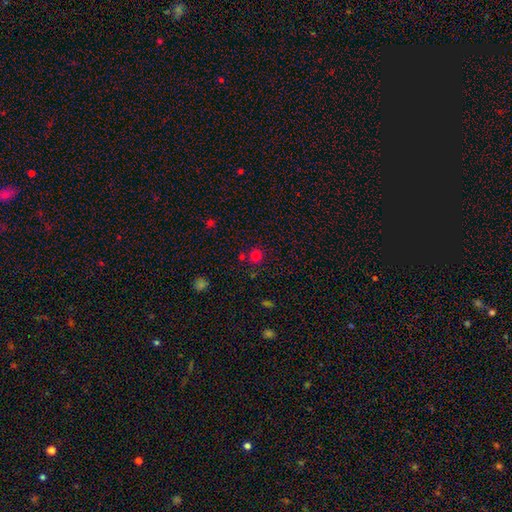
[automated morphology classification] smooth_or_featured: smooth (p=0.76) [alt: star or artifact p=0.19]
how_rounded: round (p=0.91) [alt: in between p=0.08]
merging: none (p=0.79) [alt: merger p=0.10]